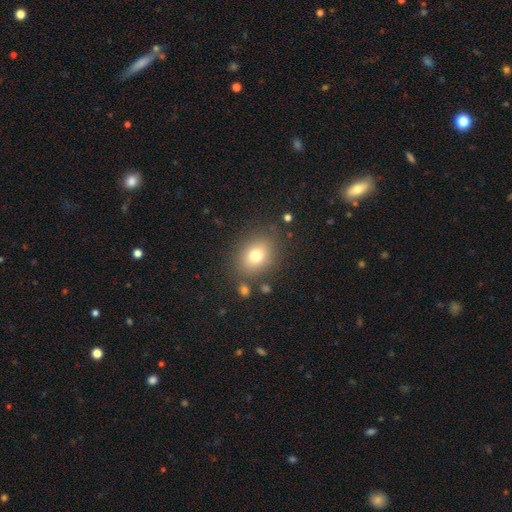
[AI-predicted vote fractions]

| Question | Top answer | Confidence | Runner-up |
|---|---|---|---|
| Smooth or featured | smooth | 75% | featured or disk (12%) |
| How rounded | in between | 54% | round (45%) |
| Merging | none | 81% | minor disturbance (11%) |